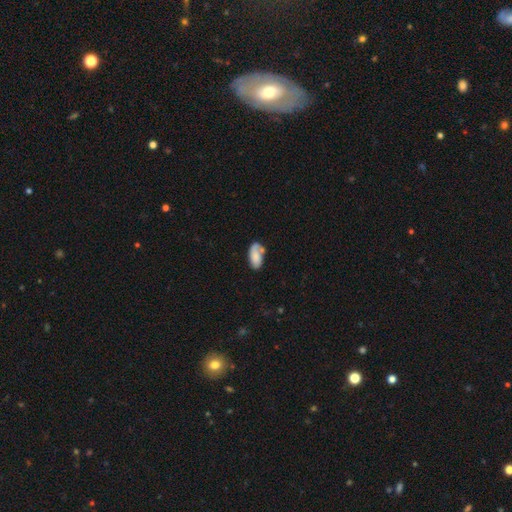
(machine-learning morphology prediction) A smooth galaxy with no disk features (69%) that is in between round and cigar-shaped (92%). Merging: none (52%).